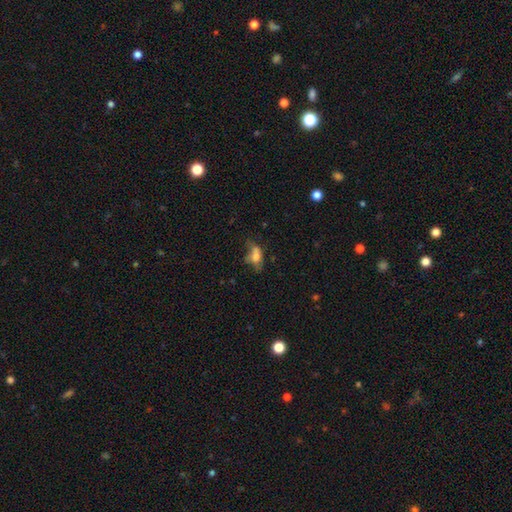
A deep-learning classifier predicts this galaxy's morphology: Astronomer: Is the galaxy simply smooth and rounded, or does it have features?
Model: smooth — 59%.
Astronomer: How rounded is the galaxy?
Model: in between — 79%.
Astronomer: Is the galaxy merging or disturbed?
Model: none — 32% (runner-up: major disturbance, 30%).